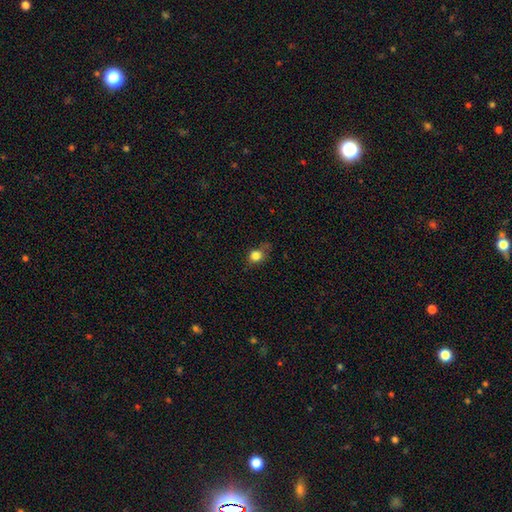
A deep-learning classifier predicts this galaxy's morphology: A smooth galaxy with no disk features (81%) that is round (73%). Merging: none (60%).